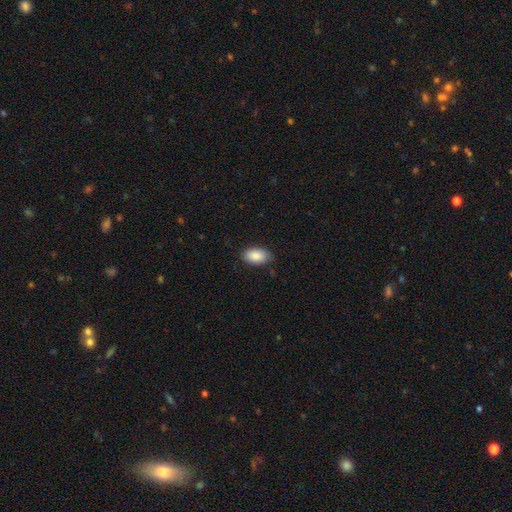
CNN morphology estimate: smooth-or-featured: smooth: 88% | star or artifact: 7% | featured or disk: 5%
  how-rounded: in between: 93% | round: 5% | cigar-shaped: 2%
  merging: none: 82% | minor disturbance: 14% | major disturbance: 3% | merger: 1%